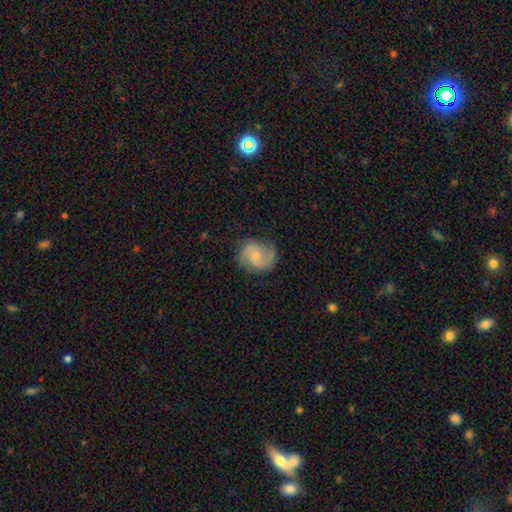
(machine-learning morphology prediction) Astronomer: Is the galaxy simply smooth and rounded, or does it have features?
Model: featured or disk — 74%.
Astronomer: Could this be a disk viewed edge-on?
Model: no — 98%.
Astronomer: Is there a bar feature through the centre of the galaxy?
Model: no — 63%.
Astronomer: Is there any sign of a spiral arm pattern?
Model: yes — 95%.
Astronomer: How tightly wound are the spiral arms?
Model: medium — 49% (runner-up: tight, 31%).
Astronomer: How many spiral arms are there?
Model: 2 — 71%.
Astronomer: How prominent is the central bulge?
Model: small — 56% (runner-up: moderate, 36%).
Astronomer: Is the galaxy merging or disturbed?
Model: none — 74%.